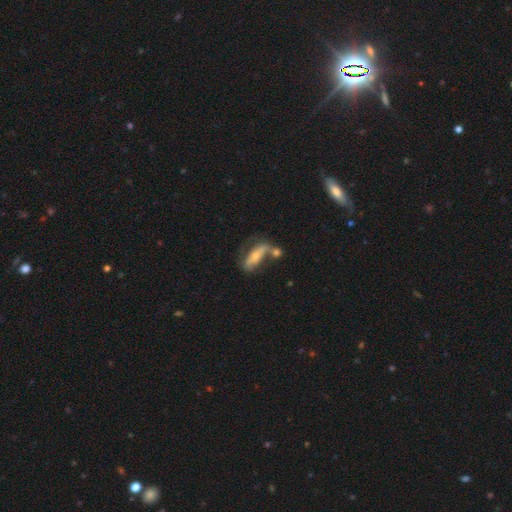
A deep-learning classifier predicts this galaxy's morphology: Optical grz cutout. It shows a featured or disk galaxy (56%). Merging: none (39%).